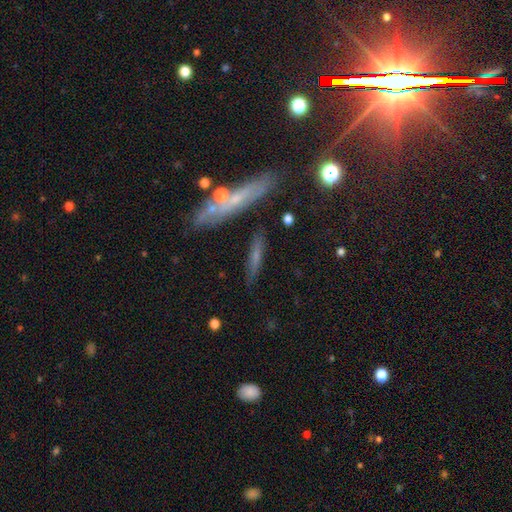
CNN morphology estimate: Overall: smooth (51%; featured or disk 36%). How rounded: cigar-shaped (83%). Merging: none (78%).